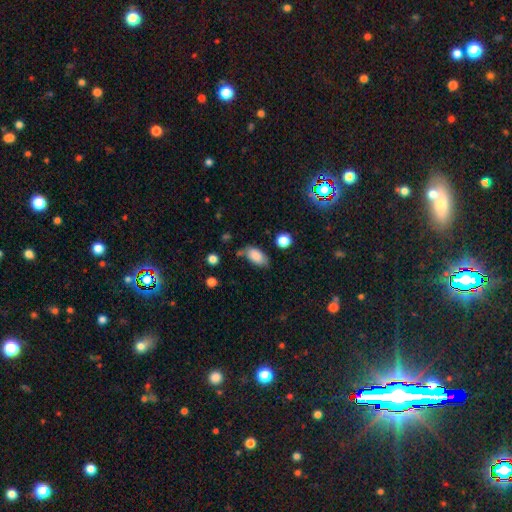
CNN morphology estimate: Q: Smooth or featured?
A: smooth (84%); runner-up: featured or disk (8%)
Q: How rounded?
A: in between (92%); runner-up: round (5%)
Q: Merging?
A: none (60%); runner-up: minor disturbance (27%)